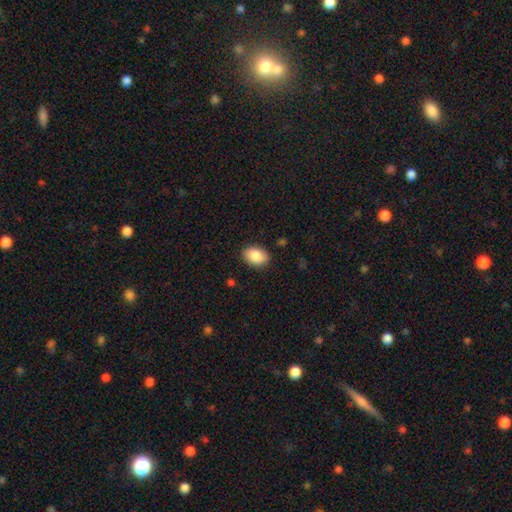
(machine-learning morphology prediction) Smooth or featured?
  - smooth: 87% *
  - star or artifact: 7%
  - featured or disk: 6%
How rounded?
  - in between: 85% *
  - round: 14%
  - cigar-shaped: 1%
Merging?
  - none: 87% *
  - minor disturbance: 9%
  - major disturbance: 2%
  - merger: 1%